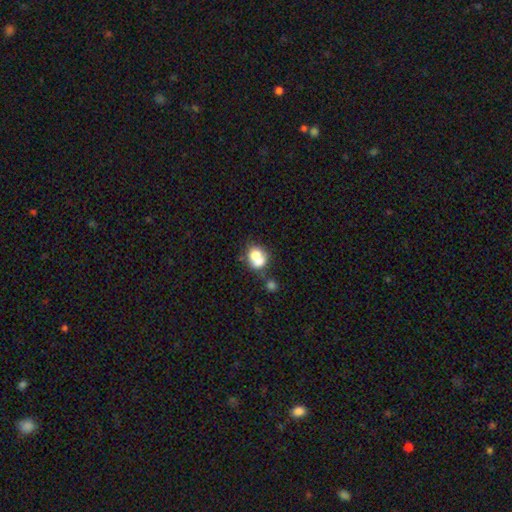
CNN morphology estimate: type=smooth (68%); roundness=round (66%); merging=merger (51%).